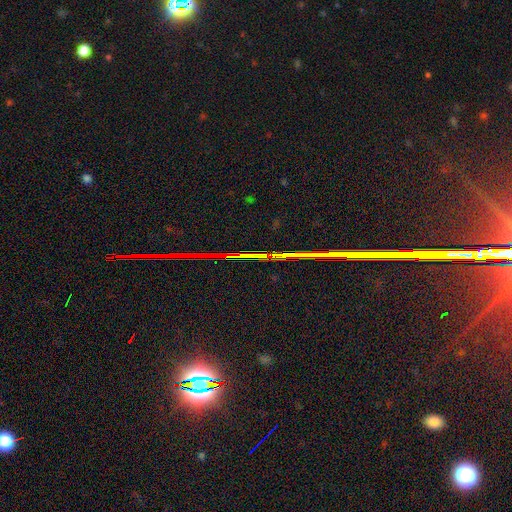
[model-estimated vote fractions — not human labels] smooth_or_featured: star or artifact (p=0.80) [alt: featured or disk p=0.11]